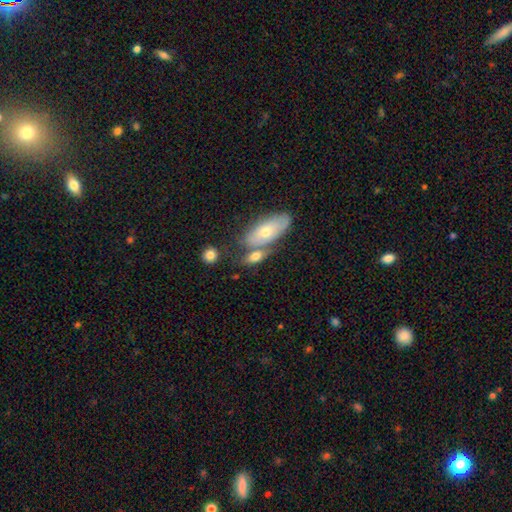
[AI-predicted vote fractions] Smooth or featured: smooth — 58% (featured or disk — 34%)
How rounded: in between — 72% (cigar-shaped — 19%)
Merging: none — 43% (merger — 38%)